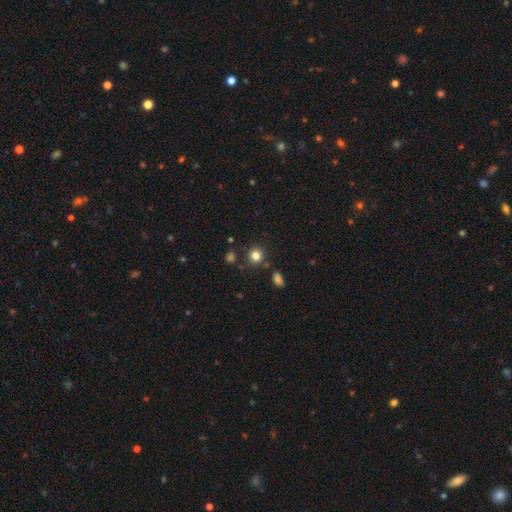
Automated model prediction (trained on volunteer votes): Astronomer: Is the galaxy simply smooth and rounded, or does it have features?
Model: smooth — 81%.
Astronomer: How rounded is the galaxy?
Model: round — 87%.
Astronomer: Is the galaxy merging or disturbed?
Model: none — 84%.